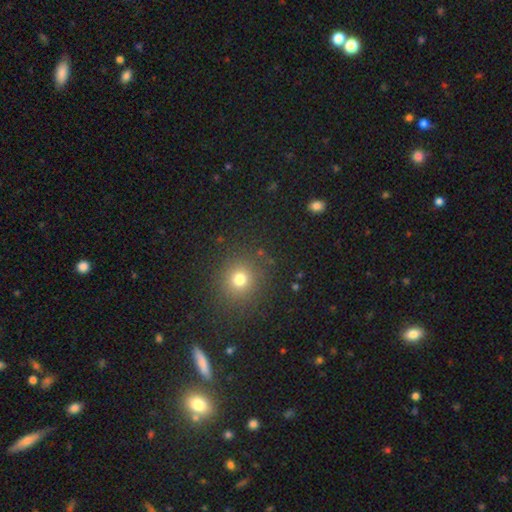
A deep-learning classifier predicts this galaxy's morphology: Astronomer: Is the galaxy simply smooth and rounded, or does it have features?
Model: smooth — 60%.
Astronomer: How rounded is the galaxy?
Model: round — 89%.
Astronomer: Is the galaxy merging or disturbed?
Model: none — 89%.